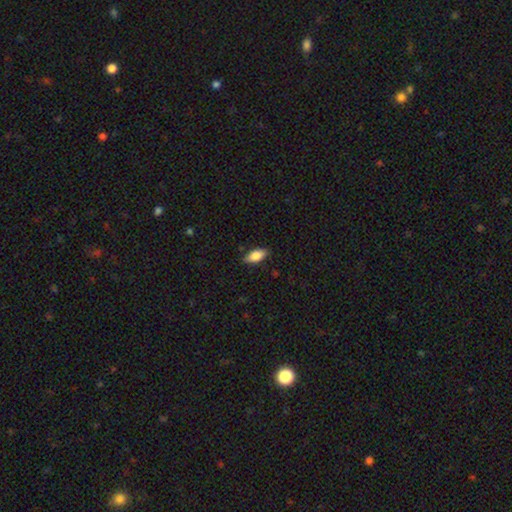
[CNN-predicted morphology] A smooth galaxy with no disk features (81%) that is in between round and cigar-shaped (85%).

Vote fractions:
- Smooth or featured? smooth: 81% / featured or disk: 12% / star or artifact: 7%
- How rounded? in between: 85% / cigar-shaped: 12% / round: 3%
- Merging? none: 85% / minor disturbance: 12% / major disturbance: 2% / merger: 1%